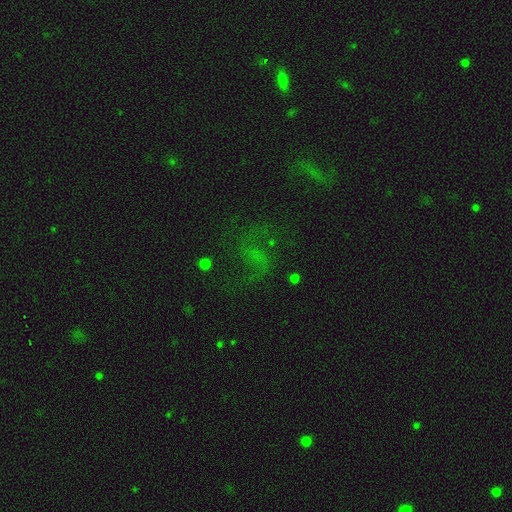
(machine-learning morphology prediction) smooth_or_featured: star or artifact (p=0.47) [alt: smooth p=0.28]